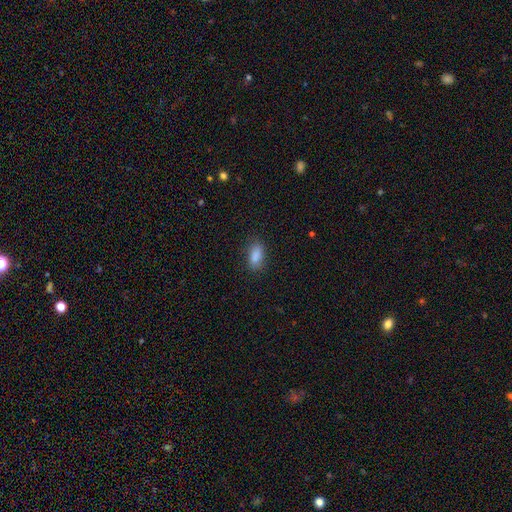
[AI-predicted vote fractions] A smooth galaxy with no disk features (87%) that is in between round and cigar-shaped (88%). Merging: none (81%).